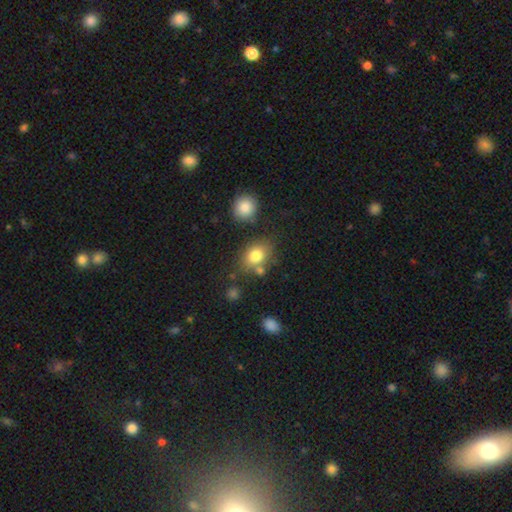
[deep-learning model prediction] smooth-or-featured: smooth: 80% | featured or disk: 10% | star or artifact: 10%
  how-rounded: in between: 60% | round: 38% | cigar-shaped: 1%
  merging: none: 67% | minor disturbance: 15% | merger: 13% | major disturbance: 5%